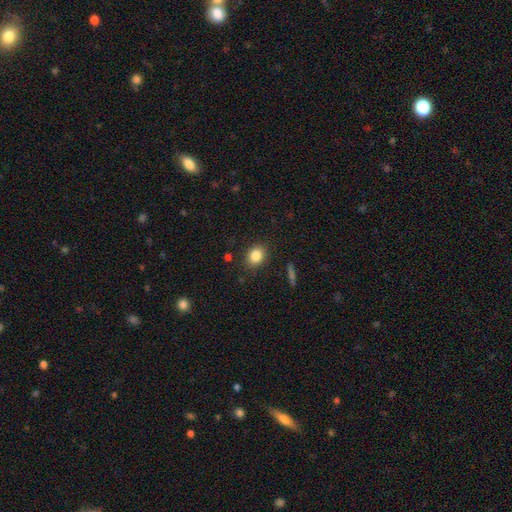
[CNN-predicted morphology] Overall: smooth (84%). How rounded: in between (51%; round 48%). Merging: none (86%).